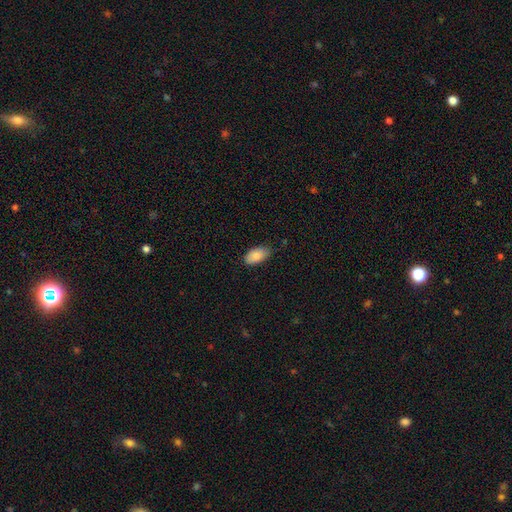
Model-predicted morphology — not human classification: Smooth or featured? Predicted: smooth (p=0.86). How rounded? Predicted: in between (p=0.94). Merging? Predicted: none (p=0.77).